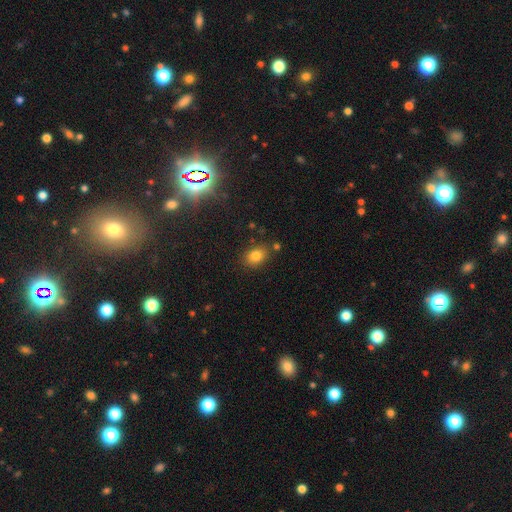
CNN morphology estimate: smooth_or_featured: smooth (p=0.81) [alt: star or artifact p=0.12]
how_rounded: in between (p=0.68) [alt: round p=0.30]
merging: none (p=0.79) [alt: minor disturbance p=0.12]